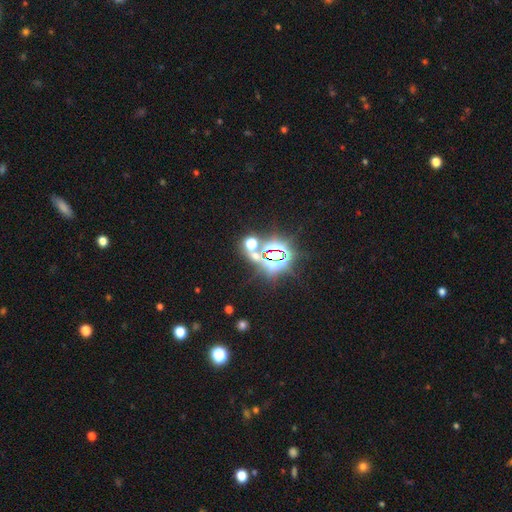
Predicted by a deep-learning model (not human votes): Smooth or featured? star or artifact (69%)